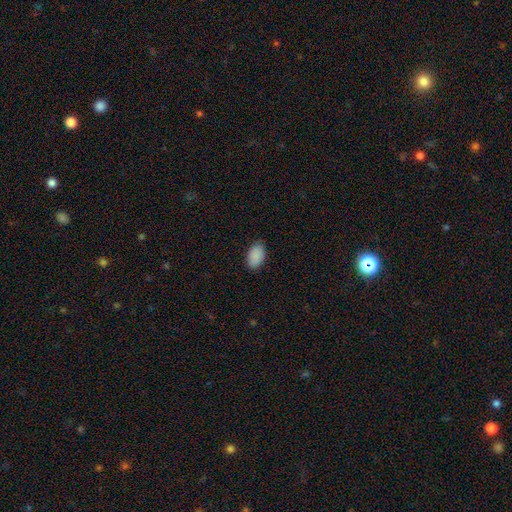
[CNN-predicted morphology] Smooth or featured? smooth (90%)
How rounded? in between (93%)
Merging? none (84%)